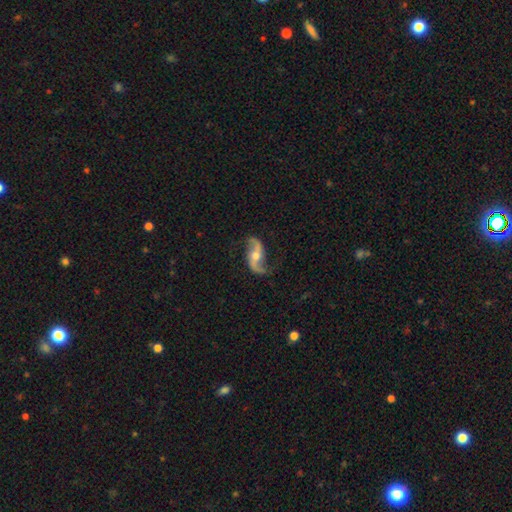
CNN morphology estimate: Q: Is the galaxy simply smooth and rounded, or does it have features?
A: featured or disk — 88%.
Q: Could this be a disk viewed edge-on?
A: no — 95%.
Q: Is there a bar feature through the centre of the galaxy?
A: no — 46%.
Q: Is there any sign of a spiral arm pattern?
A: yes — 96%.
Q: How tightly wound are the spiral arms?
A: loose — 85%.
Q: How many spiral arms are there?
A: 2 — 94%.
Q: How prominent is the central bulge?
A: moderate — 65%.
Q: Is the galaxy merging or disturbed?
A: none — 77%.